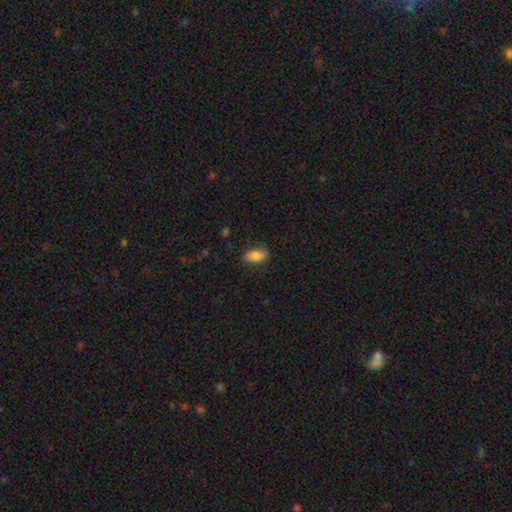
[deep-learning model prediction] This appears to be a smooth galaxy with no disk features (82%) that is in between round and cigar-shaped (89%). Merging: none (77%).